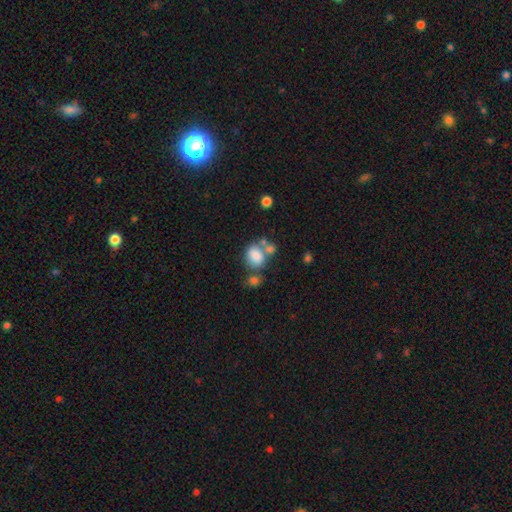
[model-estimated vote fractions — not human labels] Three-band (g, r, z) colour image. It shows a smooth galaxy with no disk features (78%) that is in between round and cigar-shaped (58%). Merging: none (40%).